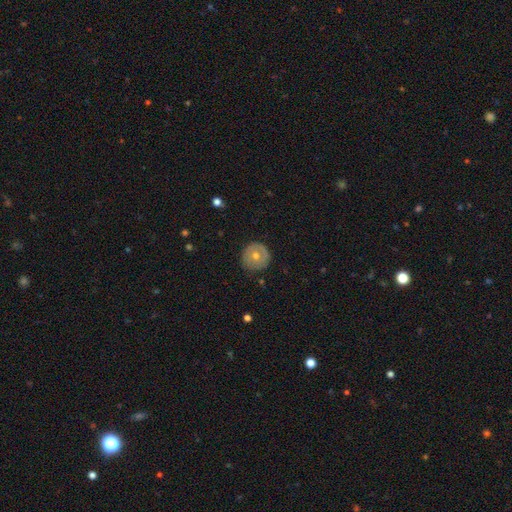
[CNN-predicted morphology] Smooth or featured?
  - smooth: 51% *
  - featured or disk: 41%
  - star or artifact: 8%
How rounded?
  - round: 94% *
  - in between: 5%
  - cigar-shaped: 1%
Merging?
  - none: 86% *
  - minor disturbance: 10%
  - major disturbance: 3%
  - merger: 1%